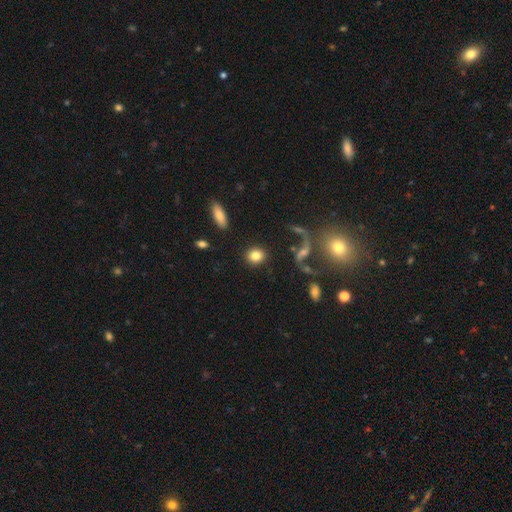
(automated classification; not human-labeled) A smooth galaxy with no disk features (81%) that is round (72%). Merging: none (86%).